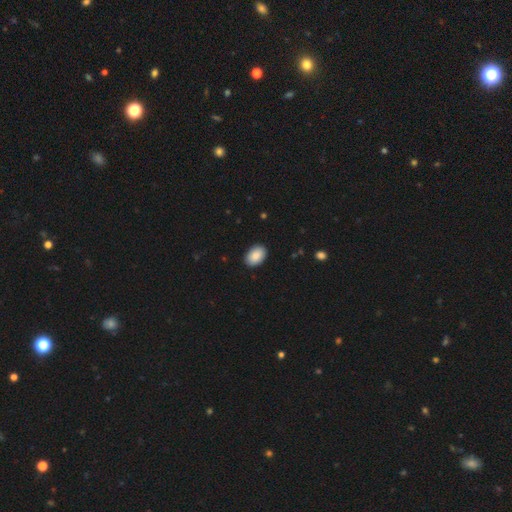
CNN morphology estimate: A smooth galaxy with no disk features (89%) that is in between round and cigar-shaped (88%). Merging: none (89%).